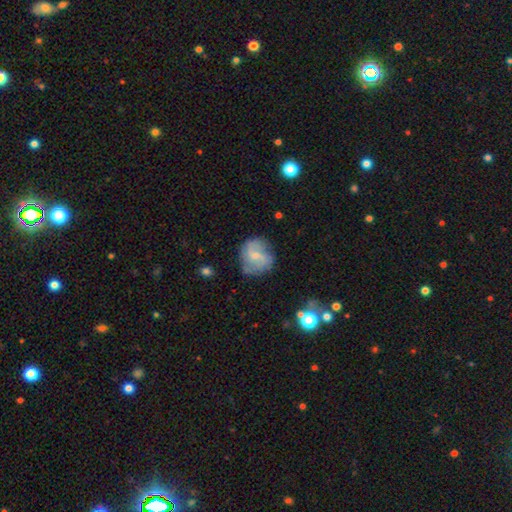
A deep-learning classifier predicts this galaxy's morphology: A featured or disk galaxy (58%) with a weak bar (50%), spiral arms (83%) and a small central bulge (53%). Merging: none (67%).